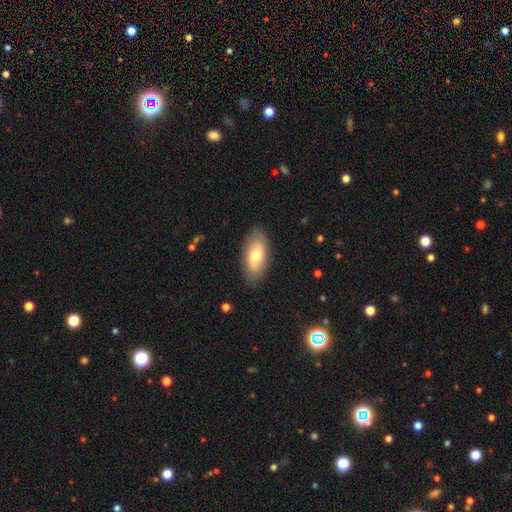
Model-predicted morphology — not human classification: smooth 62%, featured or disk 32%, star or artifact 6%. Down the decision tree: how rounded — in between (92%); merging — none (84%).